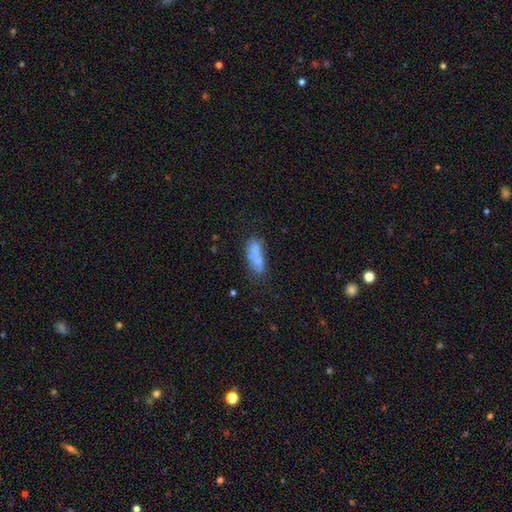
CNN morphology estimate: Smooth or featured? Predicted: smooth (p=0.64). How rounded? Predicted: in between (p=0.71). Merging? Predicted: none (p=0.48).